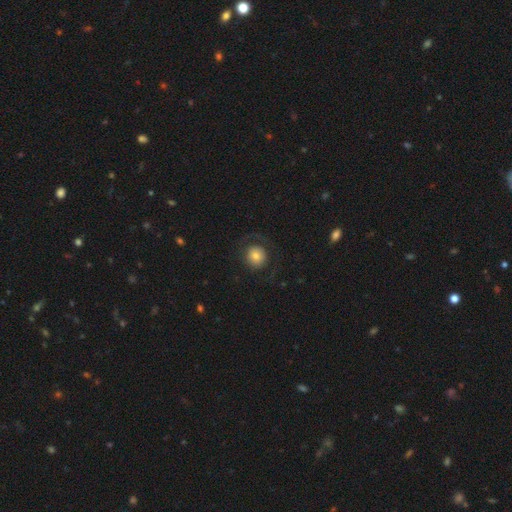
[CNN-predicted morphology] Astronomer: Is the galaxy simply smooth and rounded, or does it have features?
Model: smooth — 70%.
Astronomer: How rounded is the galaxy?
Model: round — 90%.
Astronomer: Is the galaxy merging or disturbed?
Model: none — 75%.